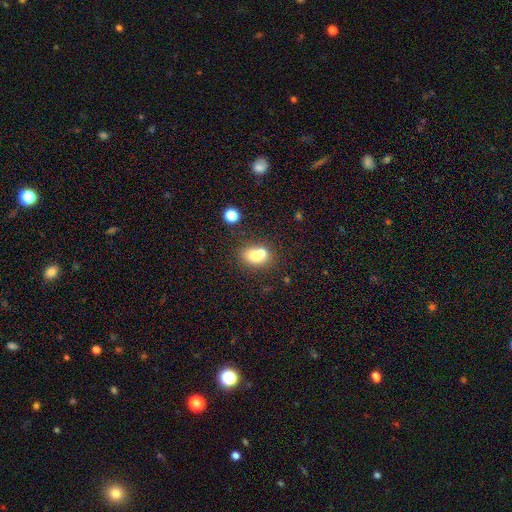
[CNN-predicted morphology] type=smooth (71%); roundness=in between (50%); merging=none (44%).